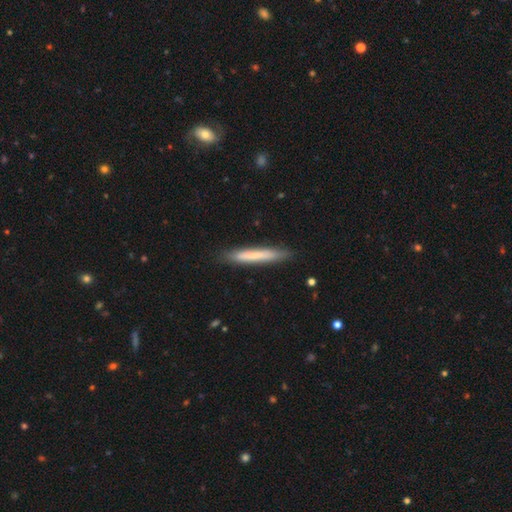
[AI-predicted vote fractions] smooth-or-featured: smooth: 71% | featured or disk: 23% | star or artifact: 6%
  how-rounded: cigar-shaped: 95% | in between: 4% | round: 1%
  merging: none: 87% | minor disturbance: 10% | major disturbance: 2% | merger: 1%